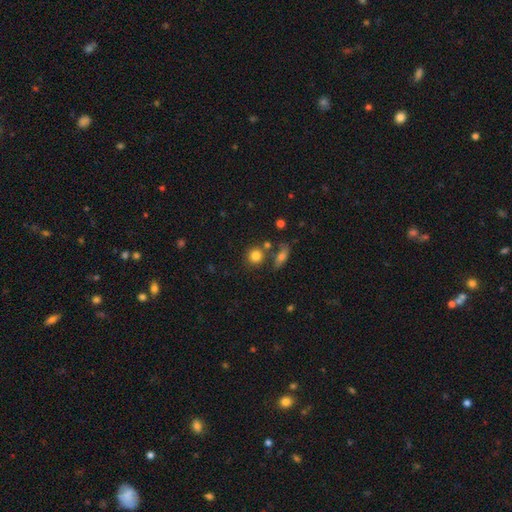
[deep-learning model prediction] smooth_or_featured: smooth (p=0.82) [alt: star or artifact p=0.11]
how_rounded: round (p=0.86) [alt: in between p=0.12]
merging: none (p=0.71) [alt: merger p=0.15]